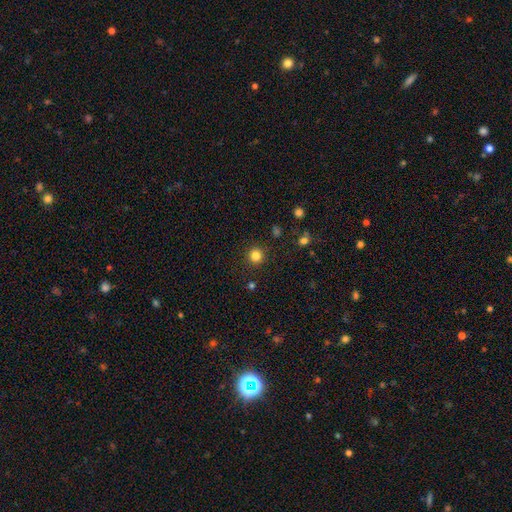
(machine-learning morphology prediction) This appears to be a smooth galaxy with no disk features (83%) that is round (95%). Merging: none (91%).